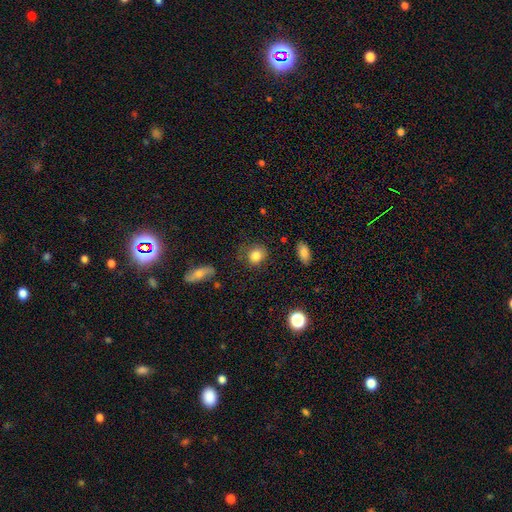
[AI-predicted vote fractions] Morphology: type=smooth (84%); roundness=round (68%); merging=none (75%).